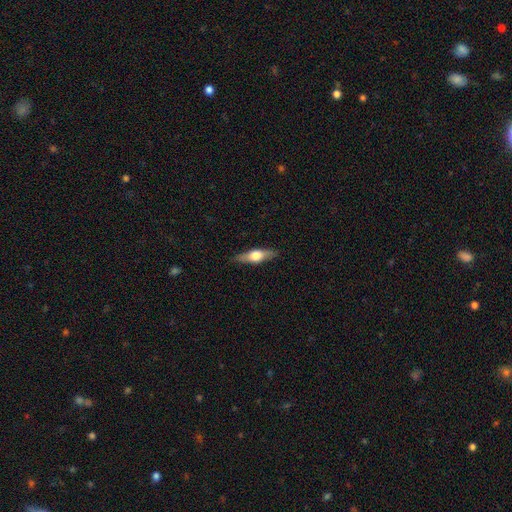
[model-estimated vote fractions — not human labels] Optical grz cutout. It shows a featured or disk galaxy (52%) viewed edge-on (92%). Merging: none (88%).